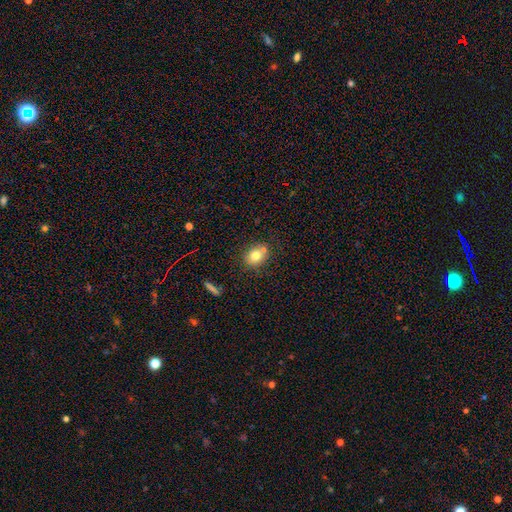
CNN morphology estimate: smooth 76%, featured or disk 13%, star or artifact 11%. Down the decision tree: how rounded — round (65%); merging — none (65%).